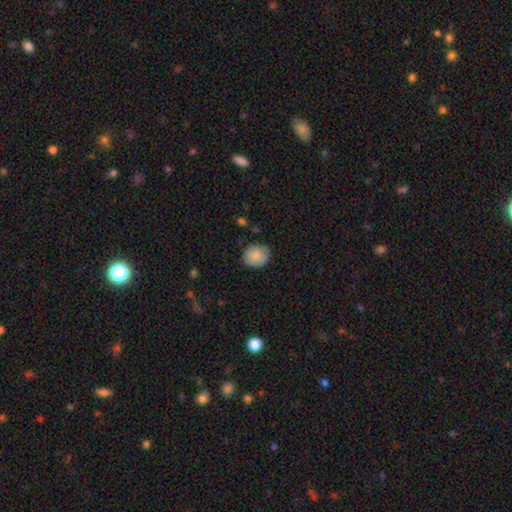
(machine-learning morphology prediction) Smooth or featured: smooth — 84% (featured or disk — 9%)
How rounded: round — 73% (in between — 26%)
Merging: none — 81% (minor disturbance — 15%)